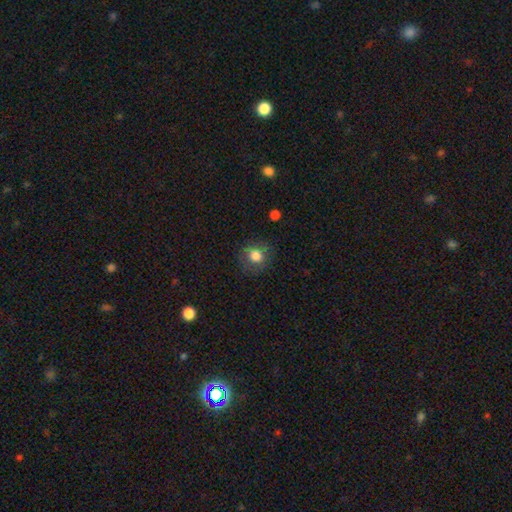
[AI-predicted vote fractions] Morphology: type=smooth (80%); roundness=round (80%); merging=none (79%).